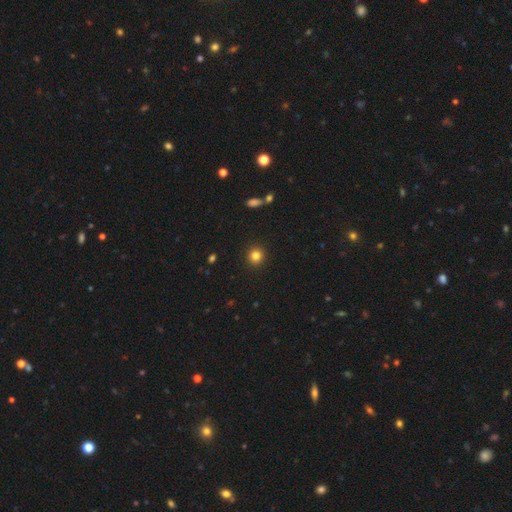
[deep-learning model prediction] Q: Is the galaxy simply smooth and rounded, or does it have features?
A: smooth — 83%.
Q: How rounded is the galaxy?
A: round — 93%.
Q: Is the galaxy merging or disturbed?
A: none — 92%.